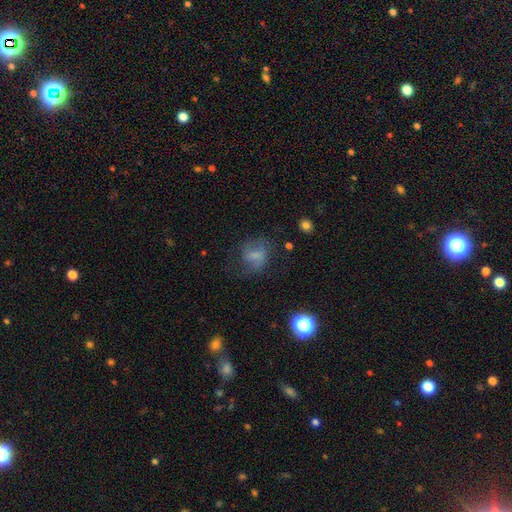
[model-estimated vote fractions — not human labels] A smooth galaxy with no disk features (56%) that is round (52%). Merging: none (49%).